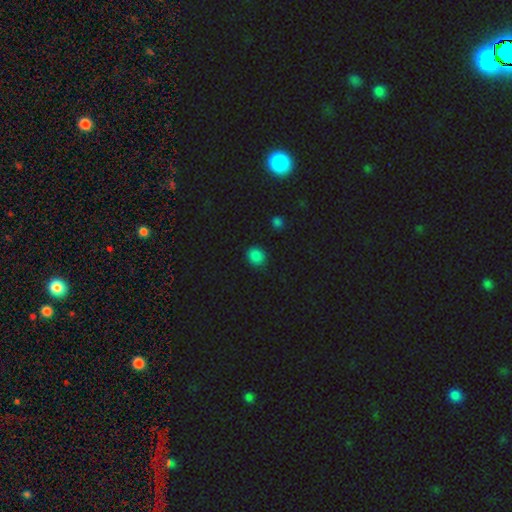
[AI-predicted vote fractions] Q: Smooth or featured?
A: smooth (84%); runner-up: star or artifact (13%)
Q: How rounded?
A: round (71%); runner-up: in between (27%)
Q: Merging?
A: none (85%); runner-up: minor disturbance (11%)